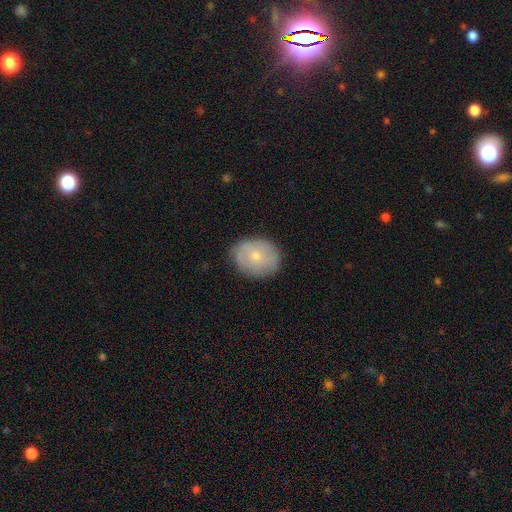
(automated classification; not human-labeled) Smooth or featured? Predicted: smooth (p=0.62). How rounded? Predicted: round (p=0.56). Merging? Predicted: none (p=0.82).